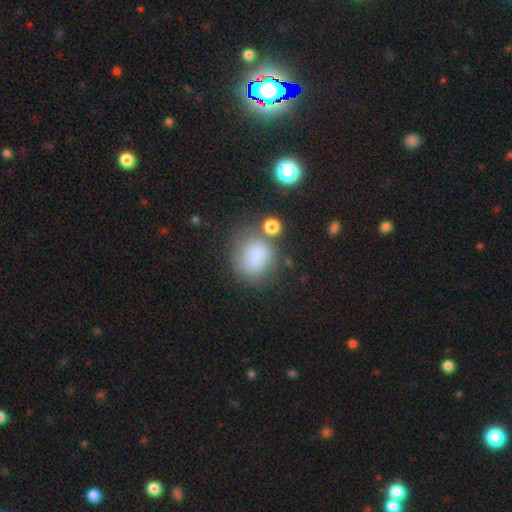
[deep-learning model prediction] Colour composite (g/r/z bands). It shows a smooth galaxy with no disk features (77%) that is round (67%). Merging: none (51%).